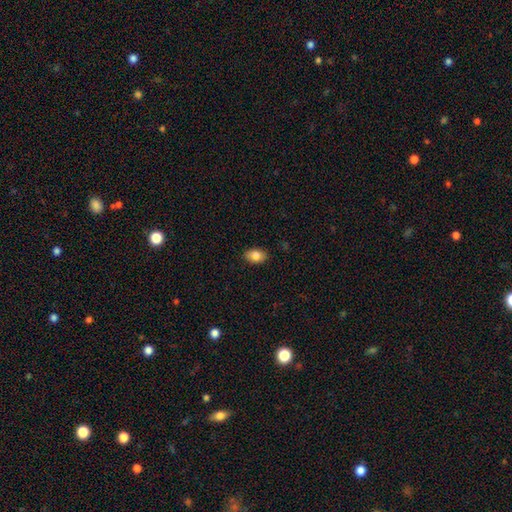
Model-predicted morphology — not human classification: This is clearly a smooth galaxy (83%). How rounded: clearly in between (86%). Merging: clearly none (87%).